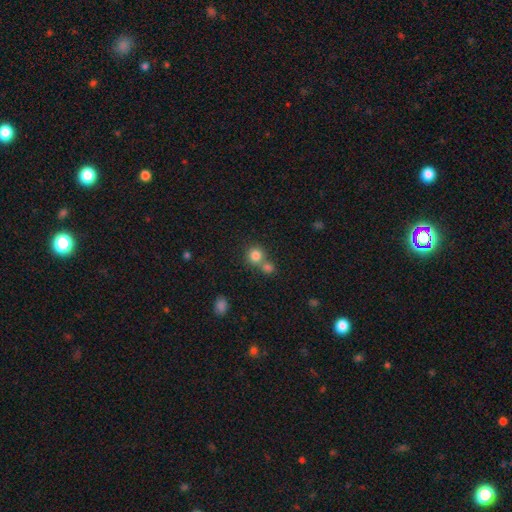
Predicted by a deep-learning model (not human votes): A smooth galaxy with no disk features (82%) that is round (89%).

Vote fractions:
- Smooth or featured? smooth: 82% / star or artifact: 12% / featured or disk: 7%
- How rounded? round: 89% / in between: 10% / cigar-shaped: 1%
- Merging? none: 52% / merger: 38% / minor disturbance: 7% / major disturbance: 3%